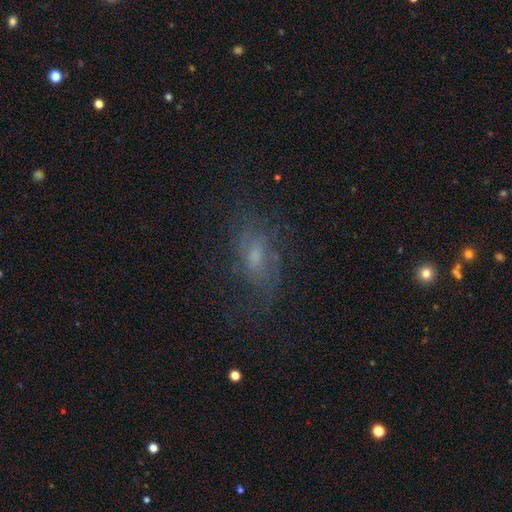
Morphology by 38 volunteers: Overall: smooth (55%; featured or disk 37%). How rounded: in between (81%). Merging: minor disturbance (49%; none 31%).